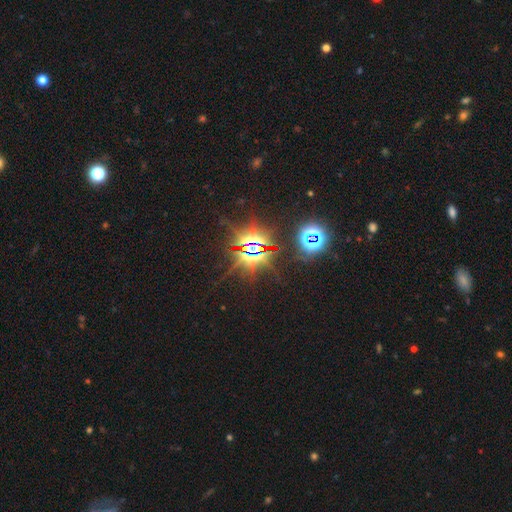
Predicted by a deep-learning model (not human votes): This appears to be a star or artifact, not a galaxy (84%).